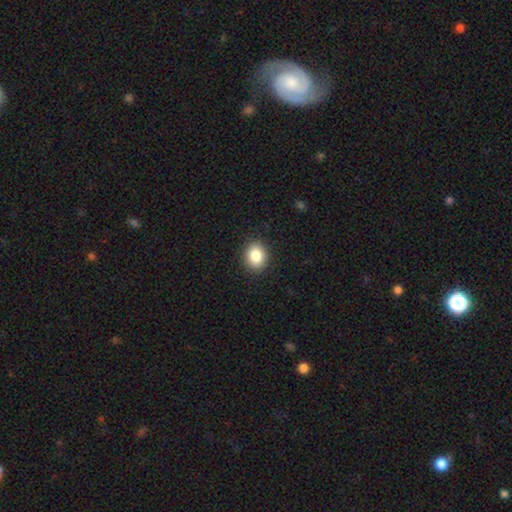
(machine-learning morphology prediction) smooth 86%, star or artifact 9%, featured or disk 5%. Down the decision tree: how rounded — in between (53%); merging — none (89%).